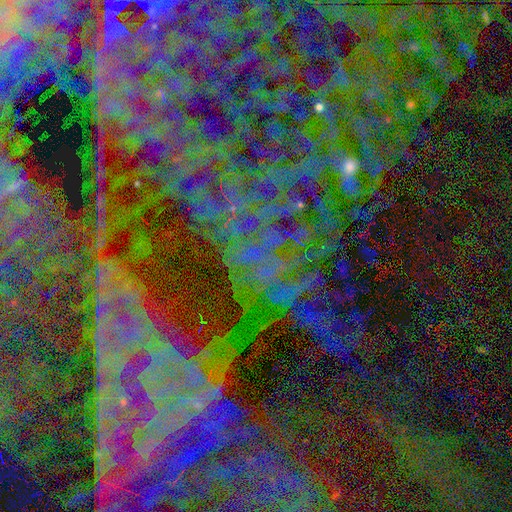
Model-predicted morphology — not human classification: smooth-or-featured: star or artifact: 86% | featured or disk: 8% | smooth: 7%